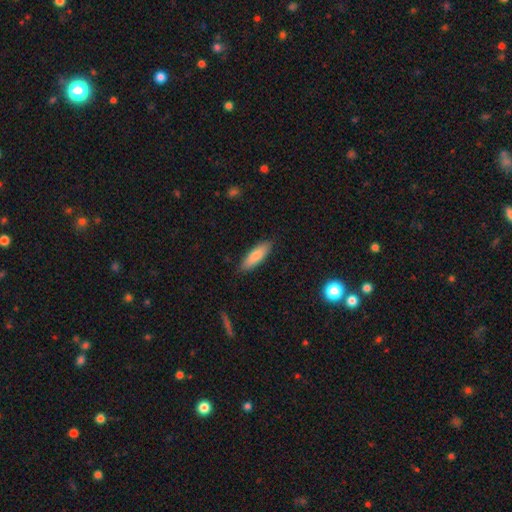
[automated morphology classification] Overall: smooth (81%). How rounded: in between (52%; cigar-shaped 46%). Merging: none (86%).